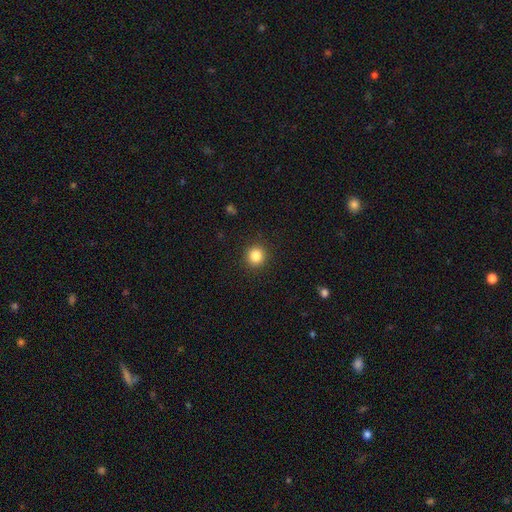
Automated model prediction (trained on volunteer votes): smooth_or_featured: smooth (p=0.85) [alt: star or artifact p=0.11]
how_rounded: round (p=0.93) [alt: in between p=0.06]
merging: none (p=0.91) [alt: minor disturbance p=0.06]